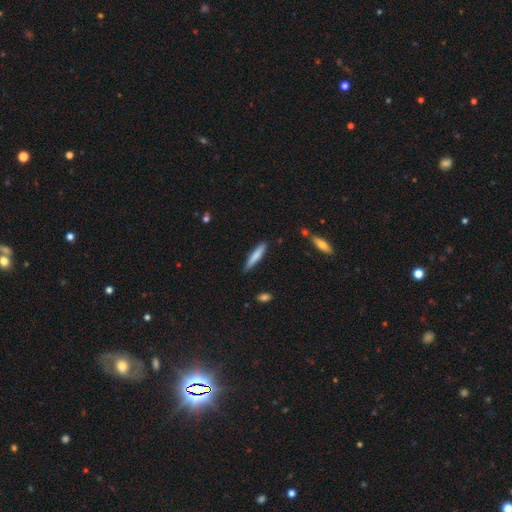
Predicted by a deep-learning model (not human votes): A smooth galaxy with no disk features (75%) that is cigar-shaped (91%). Merging: none (86%).